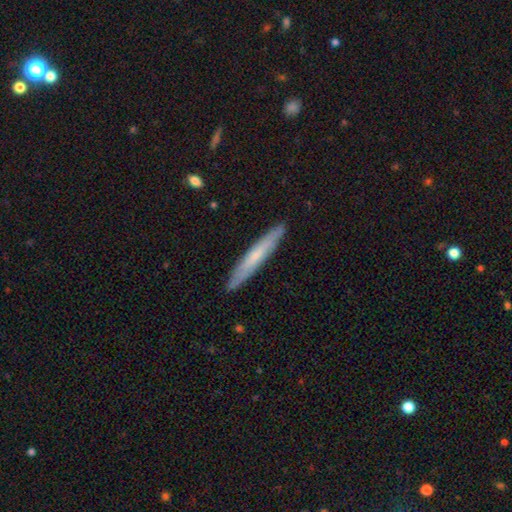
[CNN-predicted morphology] Smooth or featured? smooth (57%)
How rounded? cigar-shaped (96%)
Merging? none (90%)